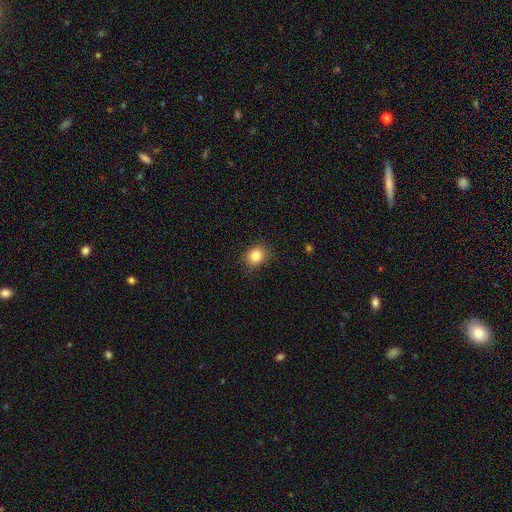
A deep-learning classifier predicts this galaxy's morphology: Overall: smooth (85%). How rounded: round (63%; in between 36%). Merging: none (84%).